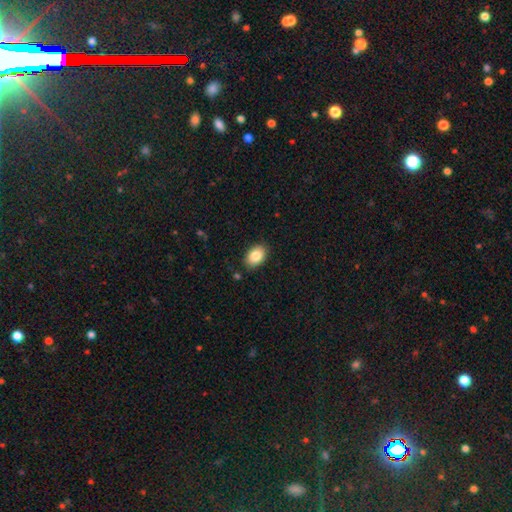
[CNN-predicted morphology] Smooth or featured?
  - smooth: 85% *
  - featured or disk: 8%
  - star or artifact: 7%
How rounded?
  - in between: 85% *
  - round: 14%
  - cigar-shaped: 1%
Merging?
  - none: 86% *
  - minor disturbance: 10%
  - major disturbance: 2%
  - merger: 1%